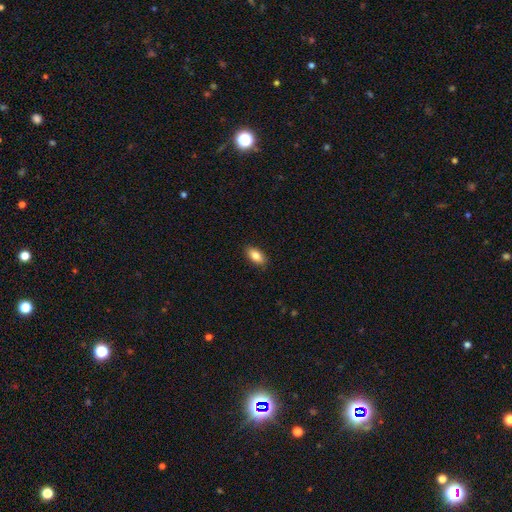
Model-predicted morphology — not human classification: The model was most divided on "smooth or featured": smooth: 84%, featured or disk: 9%, star or artifact: 7%. More confident: how rounded — in between (91%); merging — none (89%).